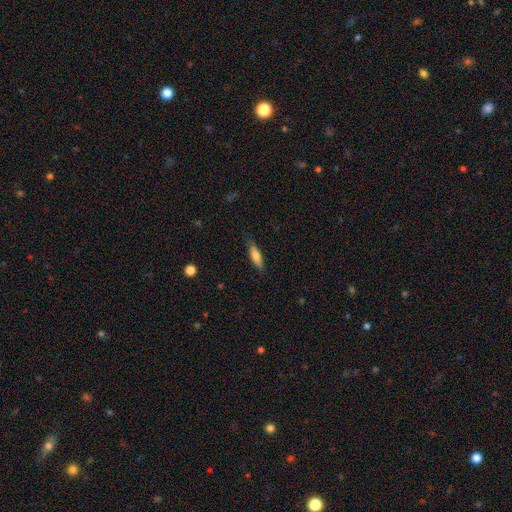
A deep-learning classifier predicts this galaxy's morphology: Smooth or featured: smooth — 72% (featured or disk — 22%)
How rounded: cigar-shaped — 62% (in between — 37%)
Merging: none — 83% (minor disturbance — 14%)